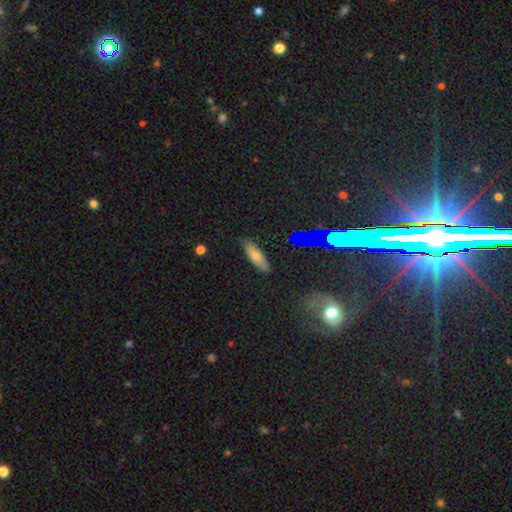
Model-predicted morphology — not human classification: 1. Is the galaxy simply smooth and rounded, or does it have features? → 67% smooth, 21% featured or disk, 12% star or artifact.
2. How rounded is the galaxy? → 53% in between, 44% cigar-shaped, 3% round.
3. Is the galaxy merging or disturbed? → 79% none, 16% minor disturbance, 3% major disturbance, 2% merger.